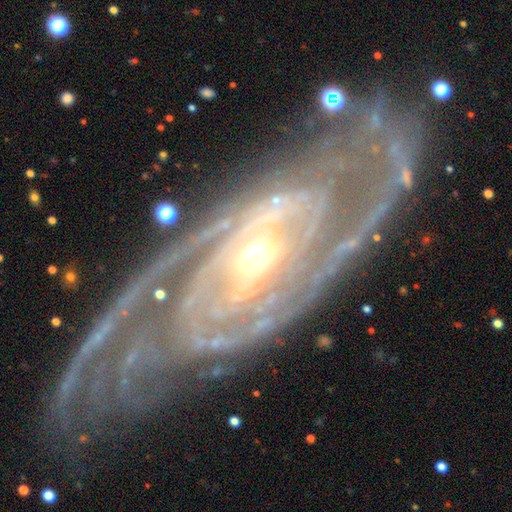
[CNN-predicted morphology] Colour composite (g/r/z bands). It shows a featured or disk galaxy (90%) with no bar (50%), 2 (30%) tight (59%) spiral arms (93%) and a moderate central bulge (59%). Merging: none (57%).